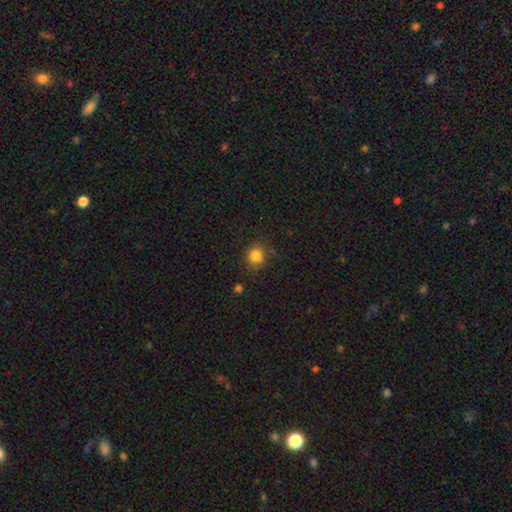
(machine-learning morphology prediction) A smooth galaxy with no disk features (83%) that is round (85%).

Vote fractions:
- Smooth or featured? smooth: 83% / star or artifact: 12% / featured or disk: 6%
- How rounded? round: 85% / in between: 14% / cigar-shaped: 1%
- Merging? none: 79% / minor disturbance: 15% / major disturbance: 5% / merger: 2%